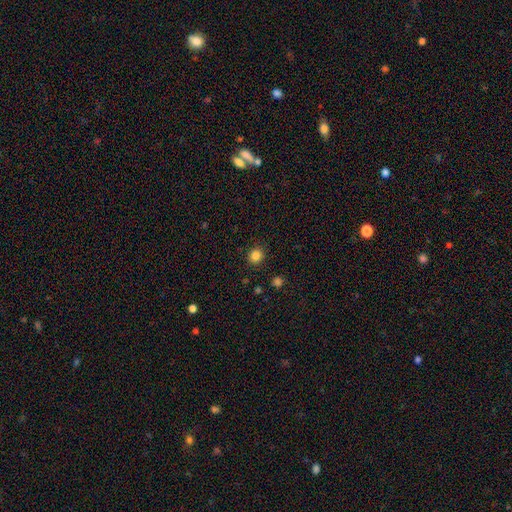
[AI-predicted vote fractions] Smooth or featured? Predicted: smooth (p=0.84). How rounded? Predicted: round (p=0.83). Merging? Predicted: none (p=0.90).